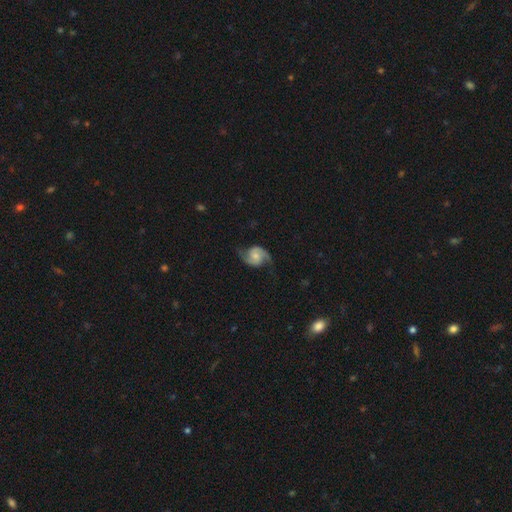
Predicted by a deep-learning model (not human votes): Smooth or featured? featured or disk (85%)
Edge-on disk? no (98%)
Bar? no (64%)
Spiral arms? yes (97%)
Spiral winding? medium (45%)
Spiral arm count? 2 (94%)
Bulge size? moderate (43%)
Merging? none (77%)